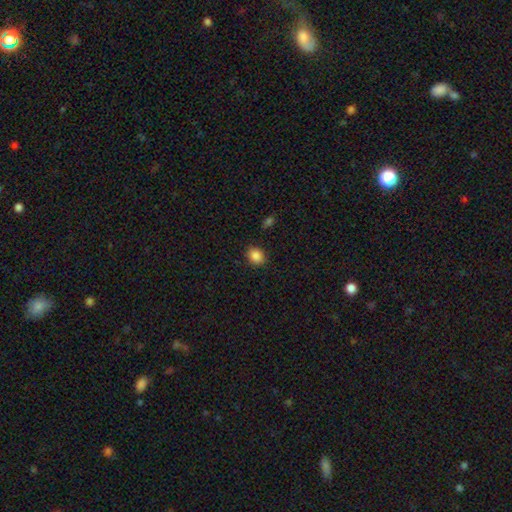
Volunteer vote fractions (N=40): This is clearly a smooth galaxy (92%). How rounded: likely round (73%). Merging: clearly none (84%).